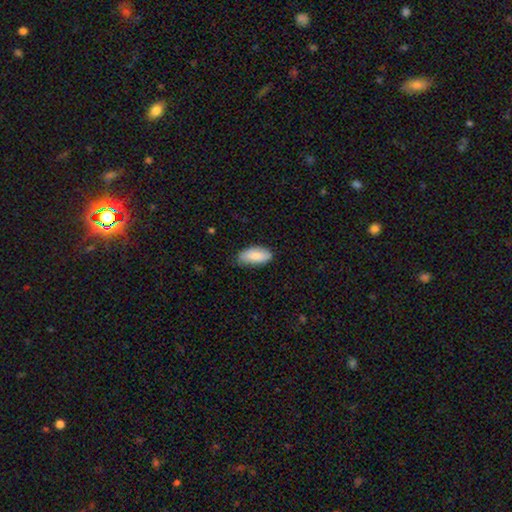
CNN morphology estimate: Overall: smooth (85%). How rounded: in between (91%). Merging: none (72%).